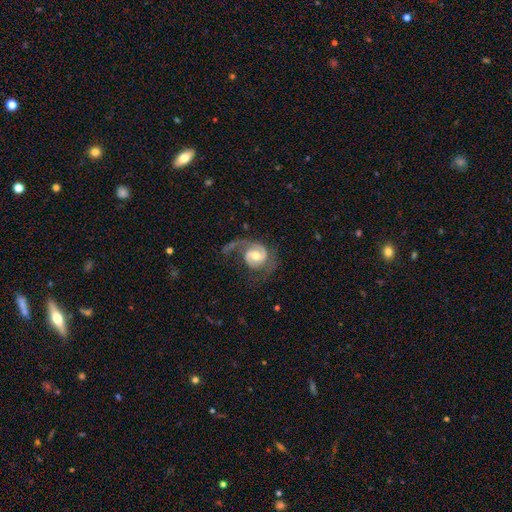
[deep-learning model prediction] smooth_or_featured: featured or disk (p=0.84) [alt: smooth p=0.11]
disk_edge_on: no (p=0.98) [alt: yes p=0.02]
bar: no (p=0.46) [alt: weak p=0.41]
has_spiral_arms: yes (p=0.94) [alt: no p=0.06]
spiral_winding: medium (p=0.45) [alt: loose p=0.31]
spiral_arm_count: 2 (p=0.64) [alt: 1 p=0.28]
bulge_size: moderate (p=0.71) [alt: small p=0.19]
merging: none (p=0.49) [alt: major disturbance p=0.29]